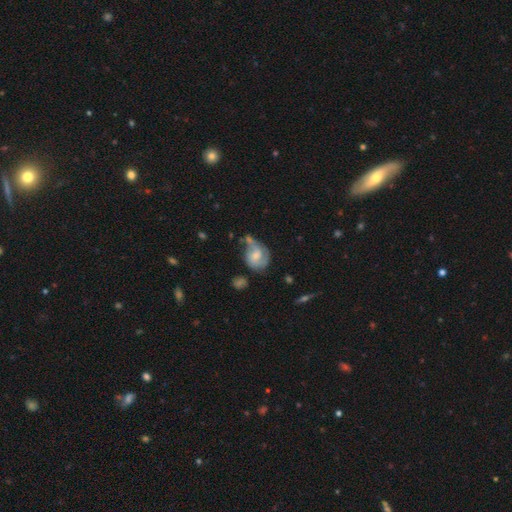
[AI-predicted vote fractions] Smooth or featured? featured or disk (52%)
Edge-on disk? no (96%)
Merging? none (36%)